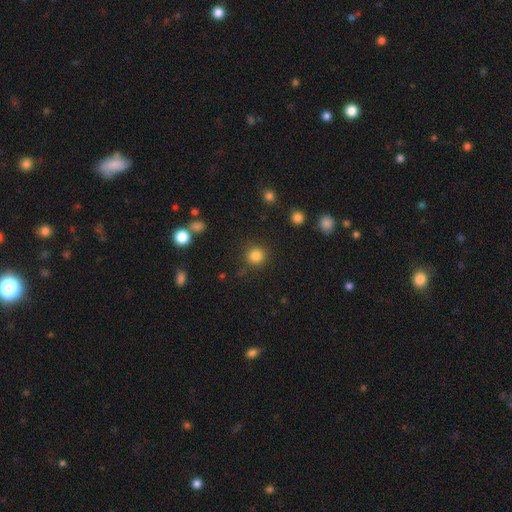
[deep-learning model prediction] This appears to be a smooth galaxy with no disk features (84%) that is round (92%). Merging: none (87%).